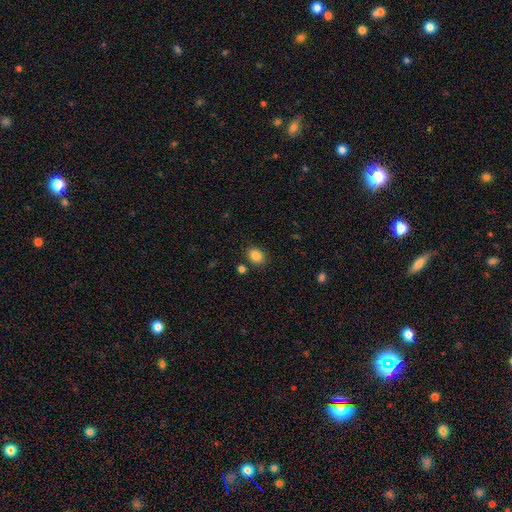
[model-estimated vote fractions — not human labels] The model was most divided on "how rounded": in between: 60%, round: 39%, cigar-shaped: 1%. More confident: smooth or featured — smooth (85%); merging — none (83%).